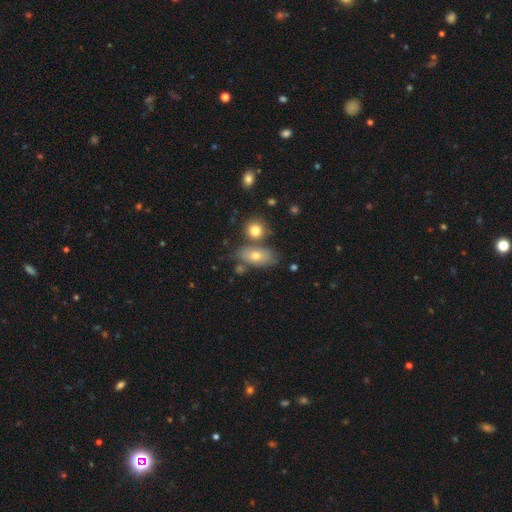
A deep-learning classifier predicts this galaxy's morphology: Smooth or featured: smooth — 70% (featured or disk — 22%)
How rounded: in between — 84% (round — 9%)
Merging: none — 58% (merger — 22%)